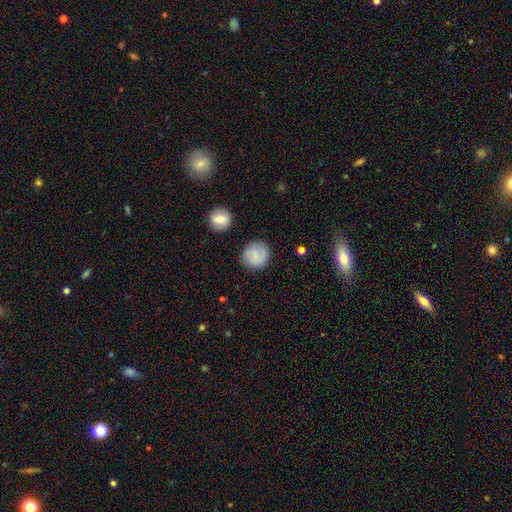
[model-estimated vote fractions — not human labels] This appears to be a smooth galaxy with no disk features (77%) that is round (92%). Merging: none (85%).